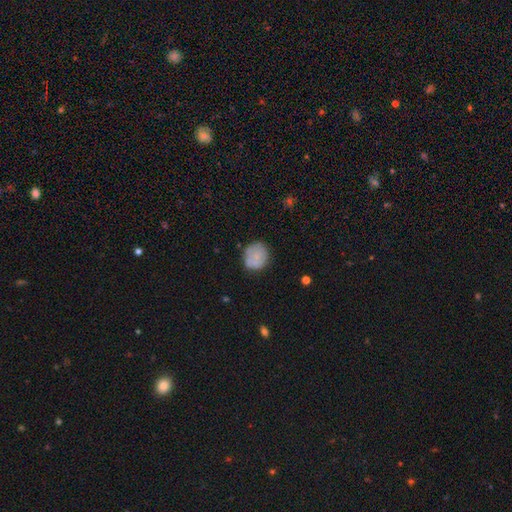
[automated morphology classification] Smooth or featured? smooth (68%)
How rounded? round (80%)
Merging? none (70%)